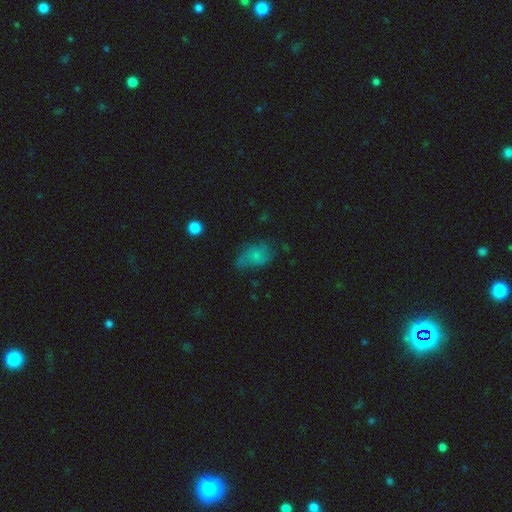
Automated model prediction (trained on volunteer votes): smooth 57%, featured or disk 32%, star or artifact 11%. Down the decision tree: how rounded — in between (85%); merging — none (50%).